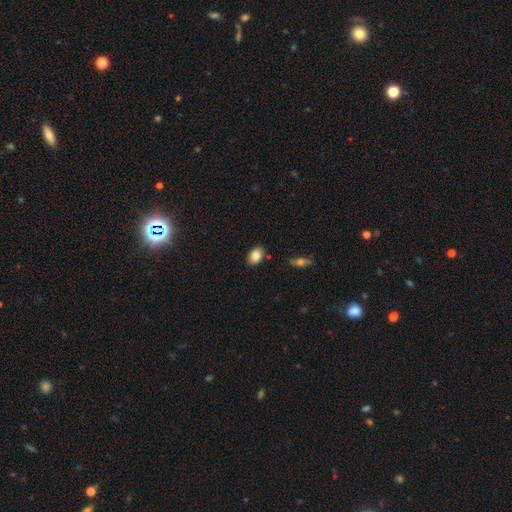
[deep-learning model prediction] Smooth or featured? smooth (83%)
How rounded? in between (84%)
Merging? none (86%)